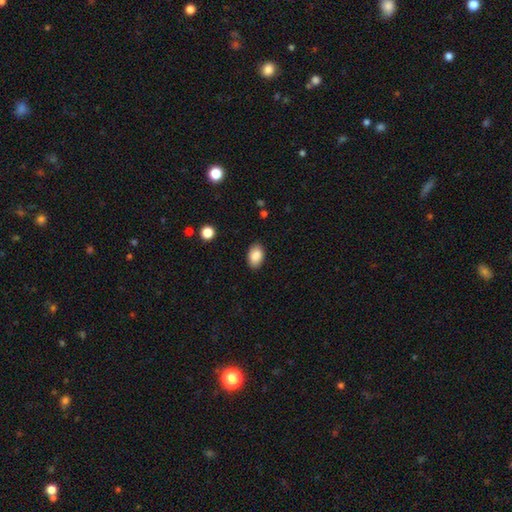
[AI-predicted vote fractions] smooth 88%, star or artifact 7%, featured or disk 5%. Down the decision tree: how rounded — in between (90%); merging — none (87%).